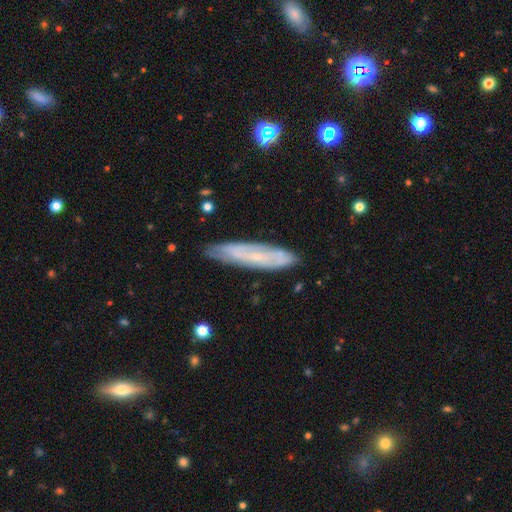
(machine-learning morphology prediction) type=featured or disk (61%); edge-on=no (56%); merging=none (80%).